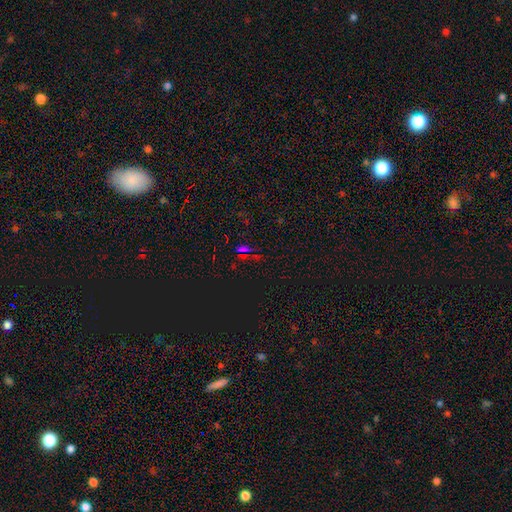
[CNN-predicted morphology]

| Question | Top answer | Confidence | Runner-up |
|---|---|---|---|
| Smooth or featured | star or artifact | 72% | smooth (19%) |